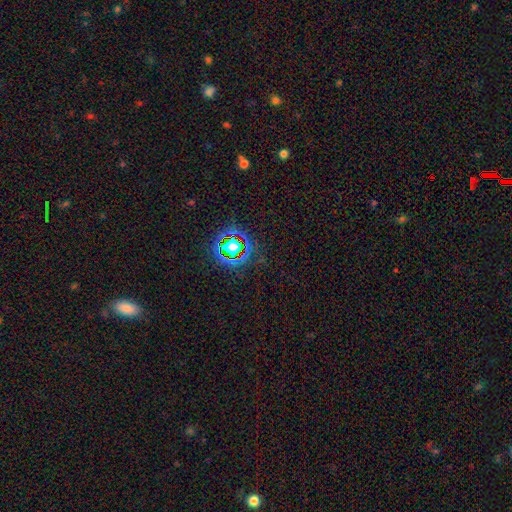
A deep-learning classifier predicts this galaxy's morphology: Smooth or featured: star or artifact — 78% (smooth — 13%)